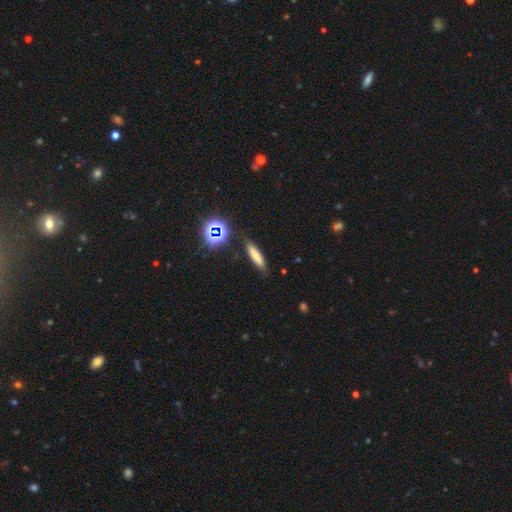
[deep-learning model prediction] Smooth or featured? smooth (69%)
How rounded? cigar-shaped (71%)
Merging? none (80%)